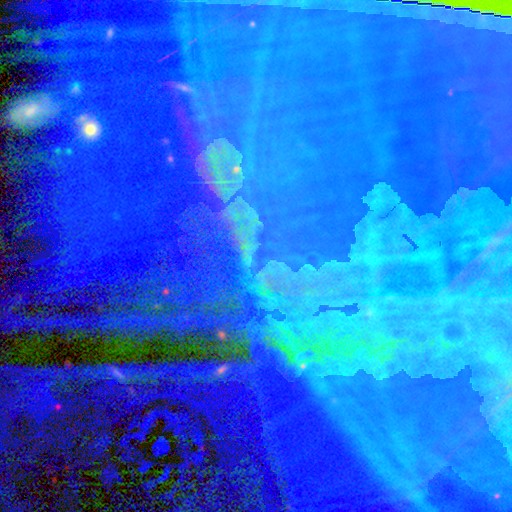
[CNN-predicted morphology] A star or artifact, not a galaxy (86%).